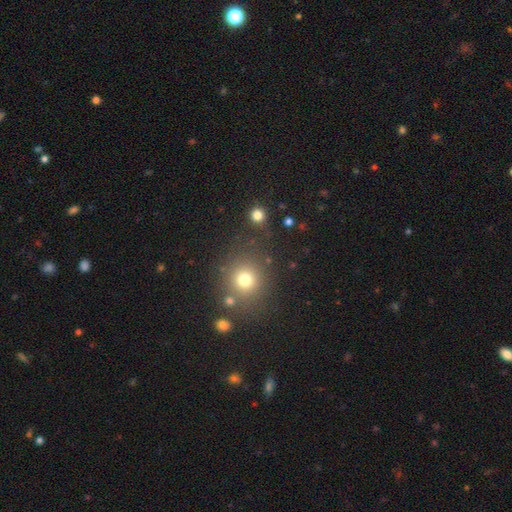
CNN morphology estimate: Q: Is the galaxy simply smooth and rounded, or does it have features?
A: smooth — 62%.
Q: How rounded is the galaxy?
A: round — 84%.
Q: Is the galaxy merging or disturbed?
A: none — 79%.